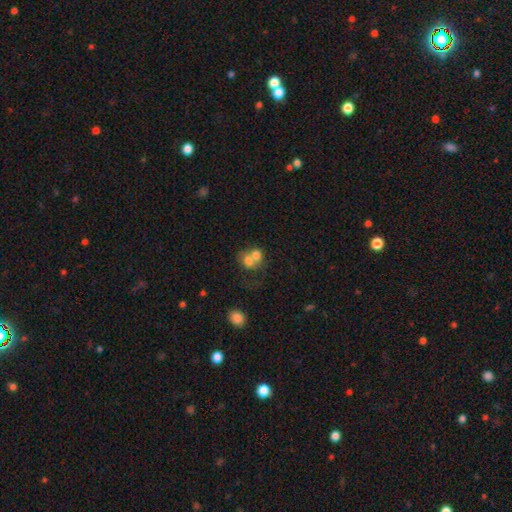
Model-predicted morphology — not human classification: A smooth galaxy with no disk features (67%) that is round (58%).

Vote fractions:
- Smooth or featured? smooth: 67% / featured or disk: 23% / star or artifact: 10%
- How rounded? round: 58% / in between: 41% / cigar-shaped: 1%
- Merging? merger: 69% / none: 19% / minor disturbance: 6% / major disturbance: 5%